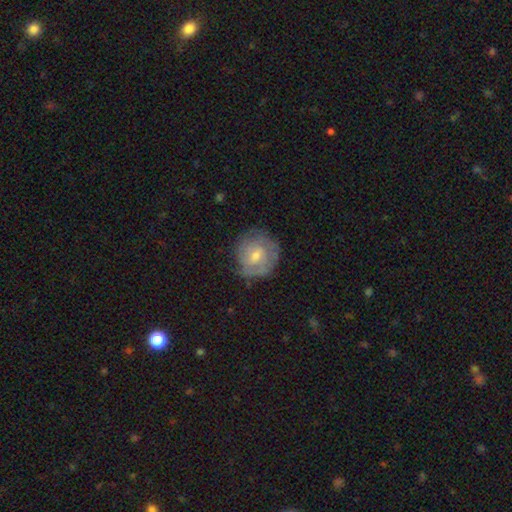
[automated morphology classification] featured or disk 53%, smooth 39%, star or artifact 8%. Down the decision tree: edge-on disk — no (96%); bar — no (49%); spiral arms — yes (73%); bulge size — small (50%); merging — none (70%).